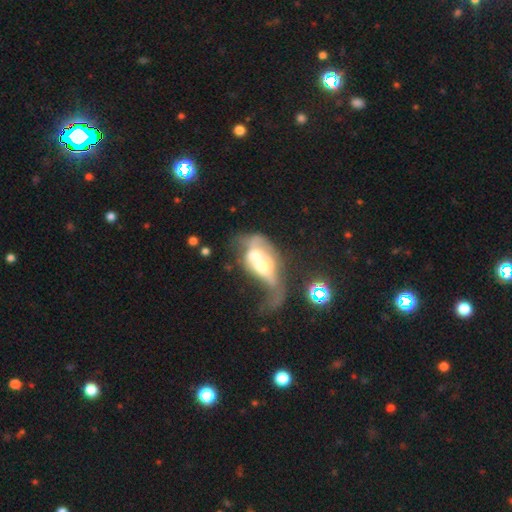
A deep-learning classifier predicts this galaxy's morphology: type=featured or disk (52%); edge-on=no (91%); merging=merger (56%).